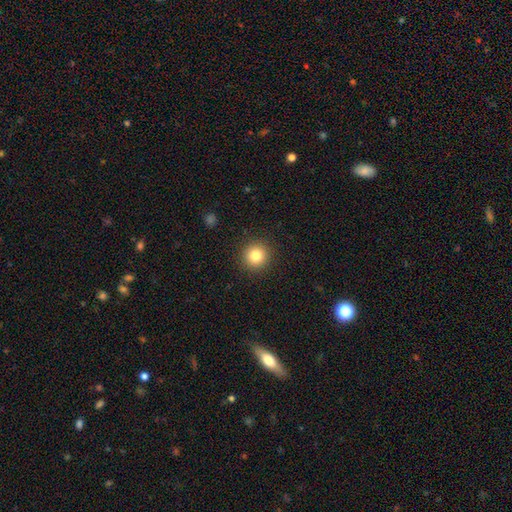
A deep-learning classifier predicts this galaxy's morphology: Q: Smooth or featured?
A: smooth (82%); runner-up: star or artifact (11%)
Q: How rounded?
A: round (94%); runner-up: in between (5%)
Q: Merging?
A: none (92%); runner-up: minor disturbance (5%)